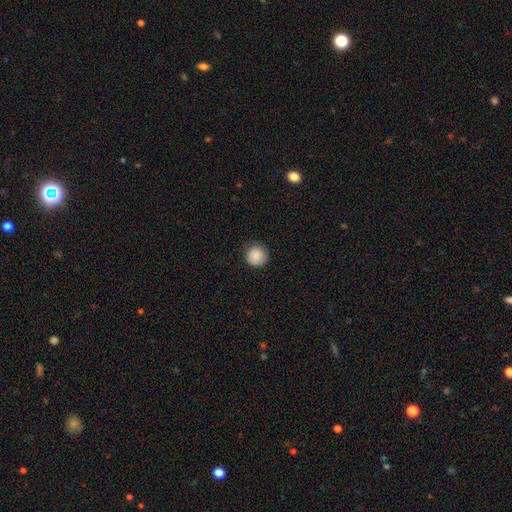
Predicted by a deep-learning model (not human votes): smooth_or_featured: smooth (p=0.88) [alt: star or artifact p=0.08]
how_rounded: round (p=0.94) [alt: in between p=0.05]
merging: none (p=0.83) [alt: minor disturbance p=0.13]